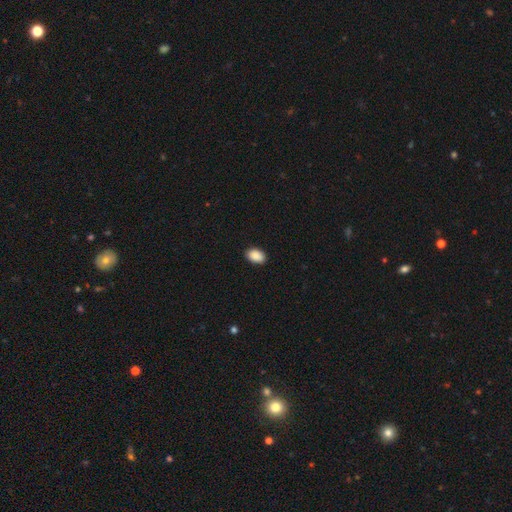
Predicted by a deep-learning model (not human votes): smooth-or-featured: smooth: 90% | star or artifact: 7% | featured or disk: 3%
  how-rounded: in between: 87% | round: 12% | cigar-shaped: 1%
  merging: none: 89% | minor disturbance: 8% | major disturbance: 2% | merger: 1%